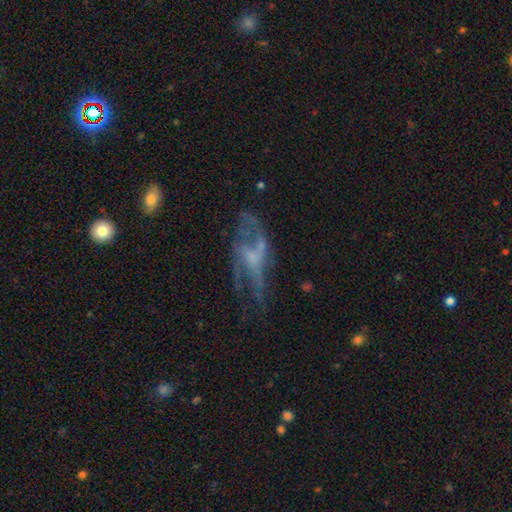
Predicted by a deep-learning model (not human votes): smooth-or-featured: featured or disk: 67% | smooth: 19% | star or artifact: 14%
  disk-edge-on: no: 87% | yes: 13%
    bar: no: 72% | weak: 22% | strong: 6%
    has-spiral-arms: no: 52% | yes: 48%
    bulge-size: none: 41% | small: 37% | moderate: 18% | large: 3% | dominant: 1%
  merging: none: 40% | major disturbance: 35% | minor disturbance: 19% | merger: 6%